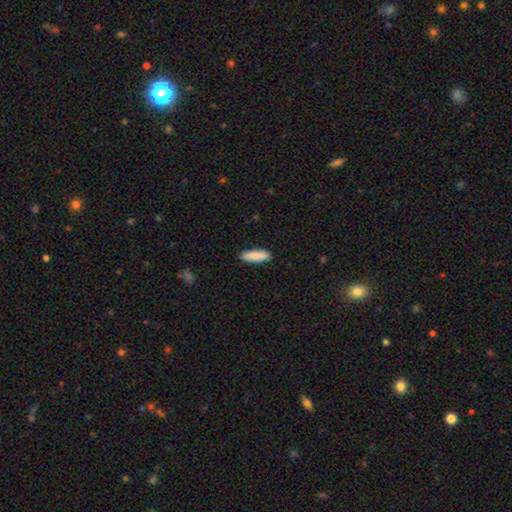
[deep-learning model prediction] A smooth galaxy with no disk features (89%) that is cigar-shaped (56%).

Vote fractions:
- Smooth or featured? smooth: 89% / star or artifact: 6% / featured or disk: 5%
- How rounded? cigar-shaped: 56% / in between: 43% / round: 2%
- Merging? none: 90% / minor disturbance: 8% / major disturbance: 2% / merger: 1%